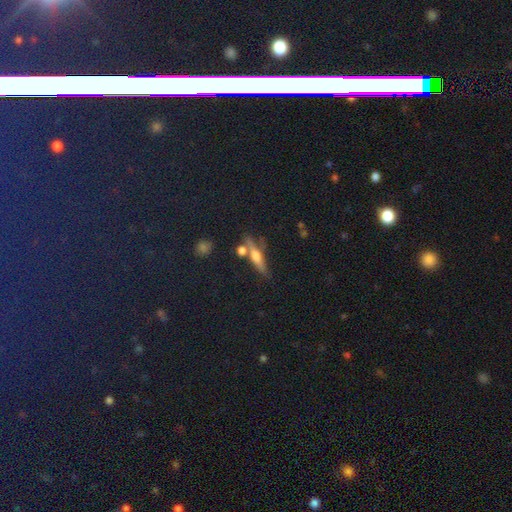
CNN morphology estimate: A smooth galaxy with no disk features (45%). Merging: none (59%).